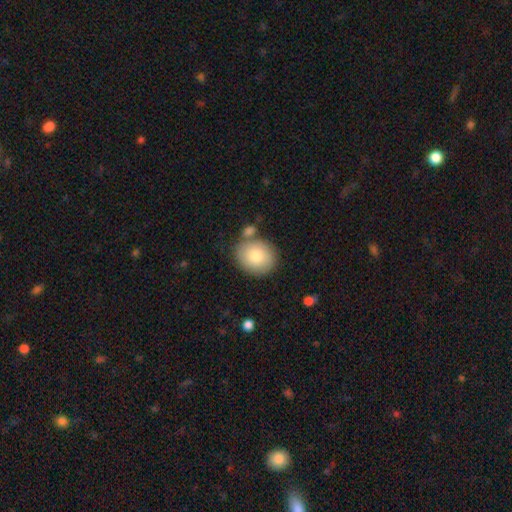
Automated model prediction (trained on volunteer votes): This is clearly a smooth galaxy (82%). How rounded: likely round (74%). Merging: likely none (72%).